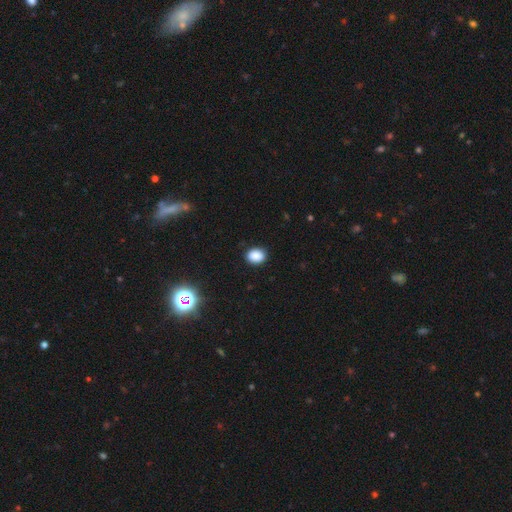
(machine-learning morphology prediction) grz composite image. It shows a smooth galaxy with no disk features (87%) that is in between round and cigar-shaped (57%). Merging: none (89%).